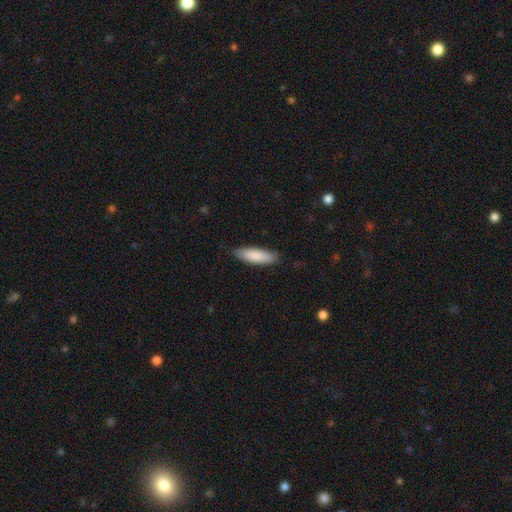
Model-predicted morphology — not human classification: smooth-or-featured: smooth: 87% | featured or disk: 8% | star or artifact: 5%
  how-rounded: cigar-shaped: 53% | in between: 45% | round: 1%
  merging: none: 84% | minor disturbance: 13% | major disturbance: 2% | merger: 1%